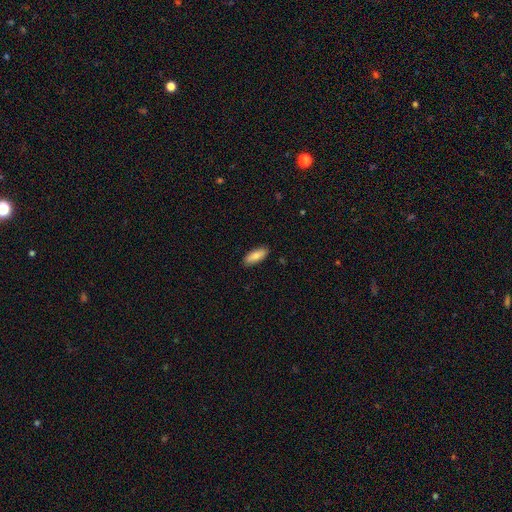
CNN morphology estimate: type=smooth (85%); roundness=in between (75%); merging=none (89%).